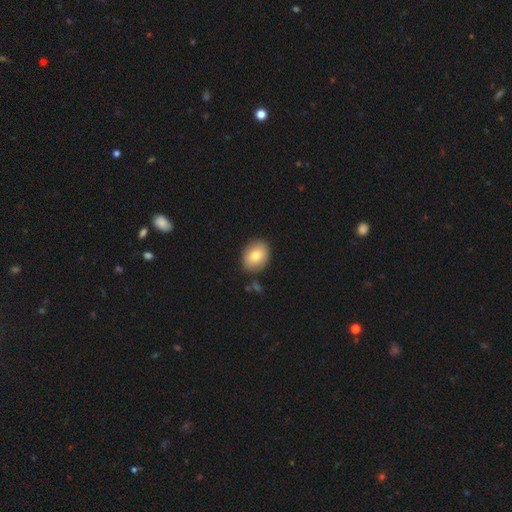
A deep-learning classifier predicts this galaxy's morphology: Smooth or featured?
  - smooth: 78% *
  - featured or disk: 14%
  - star or artifact: 8%
How rounded?
  - in between: 51% *
  - round: 48%
  - cigar-shaped: 1%
Merging?
  - none: 85% *
  - minor disturbance: 10%
  - merger: 3%
  - major disturbance: 2%